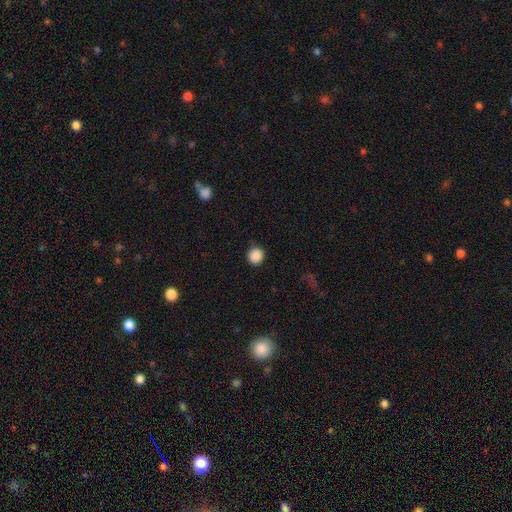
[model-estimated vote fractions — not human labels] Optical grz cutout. It shows a smooth galaxy with no disk features (88%) that is round (91%). Merging: none (87%).